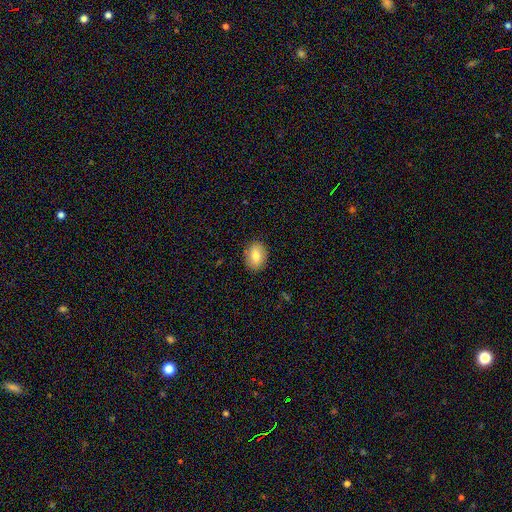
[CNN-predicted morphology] A smooth galaxy with no disk features (79%) that is in between round and cigar-shaped (71%). Merging: none (88%).